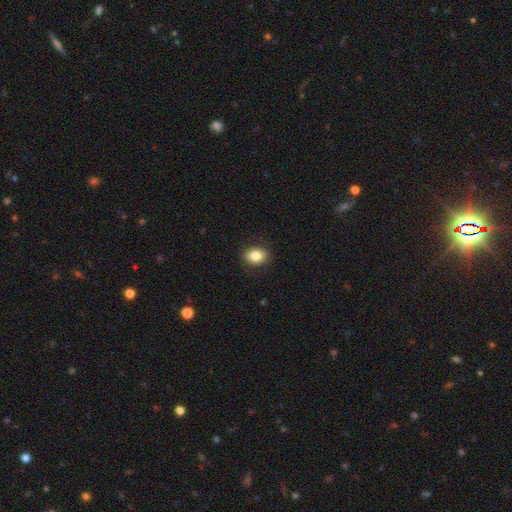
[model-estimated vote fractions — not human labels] This appears to be a smooth galaxy with no disk features (83%) that is in between round and cigar-shaped (57%). Merging: none (88%).